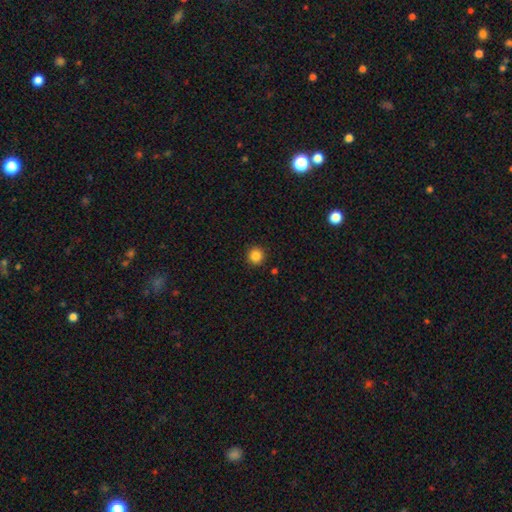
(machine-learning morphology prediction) type=smooth (85%); roundness=round (95%); merging=none (92%).